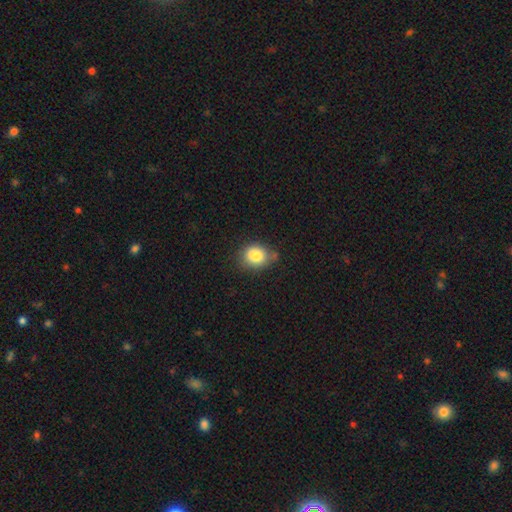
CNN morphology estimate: Smooth or featured? smooth (82%)
How rounded? round (61%)
Merging? none (60%)